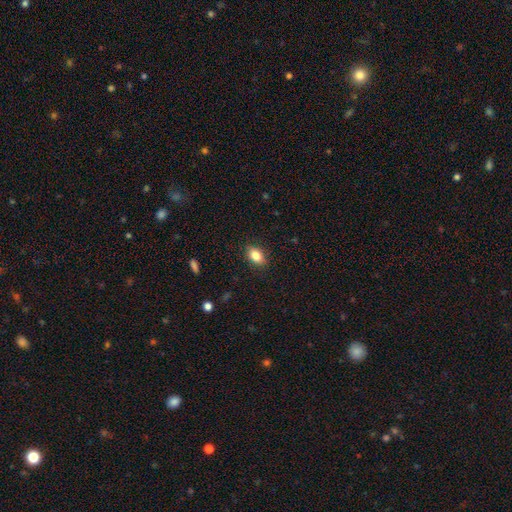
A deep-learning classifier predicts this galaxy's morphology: smooth-or-featured: smooth: 84% | star or artifact: 8% | featured or disk: 8%
  how-rounded: in between: 85% | round: 12% | cigar-shaped: 2%
  merging: none: 87% | minor disturbance: 10% | major disturbance: 2% | merger: 1%